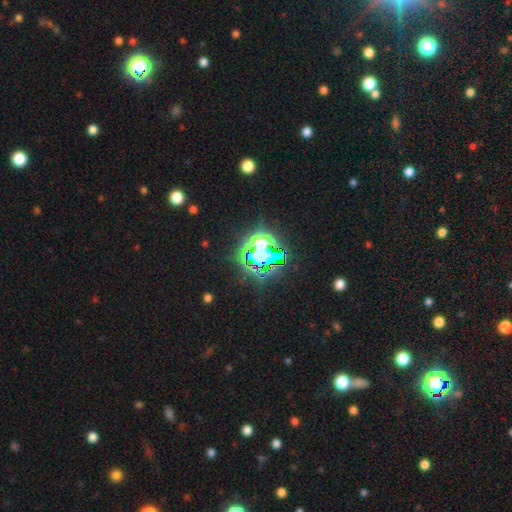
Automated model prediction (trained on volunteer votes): Smooth or featured? Predicted: star or artifact (p=0.66).